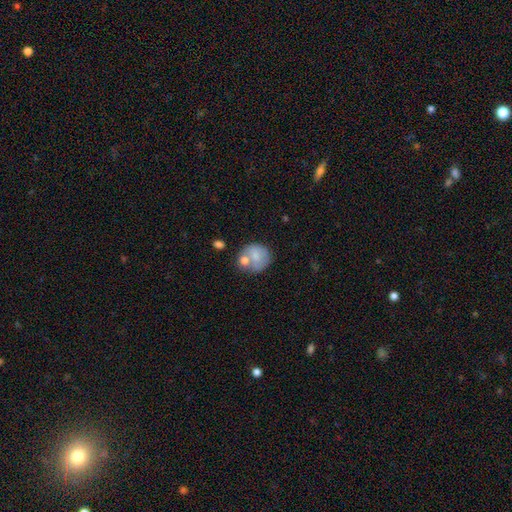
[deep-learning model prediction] This appears to be a smooth galaxy with no disk features (68%) that is round (81%). Merging: none (50%).